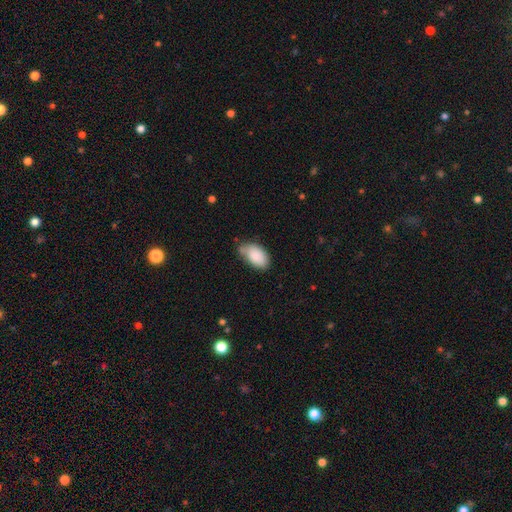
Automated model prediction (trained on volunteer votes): Morphology: type=smooth (87%); roundness=in between (94%); merging=none (56%).